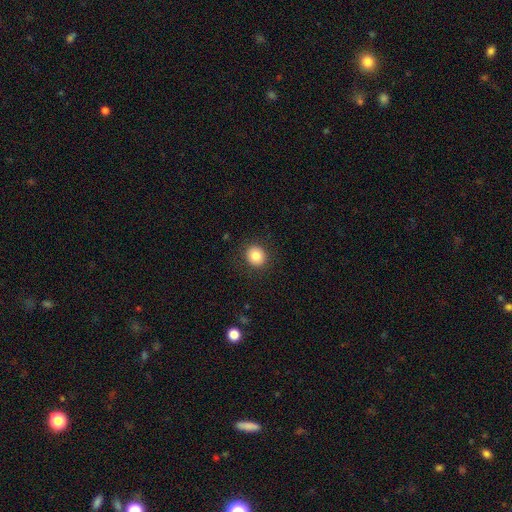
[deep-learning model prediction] This is clearly a smooth galaxy (83%). How rounded: clearly round (83%). Merging: clearly none (90%).